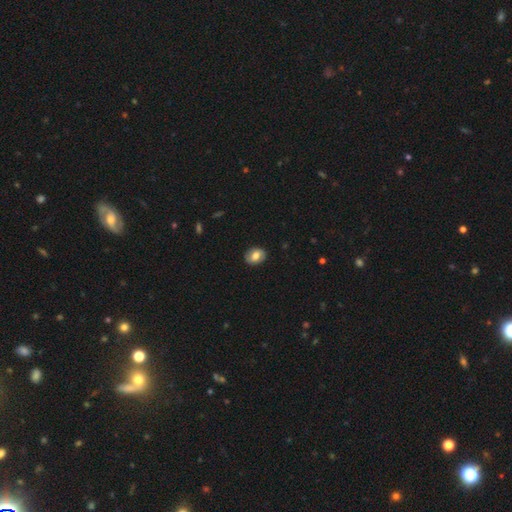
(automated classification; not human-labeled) smooth-or-featured: smooth: 70% | featured or disk: 22% | star or artifact: 7%
  how-rounded: in between: 65% | round: 34% | cigar-shaped: 1%
  merging: none: 87% | minor disturbance: 9% | major disturbance: 2% | merger: 1%